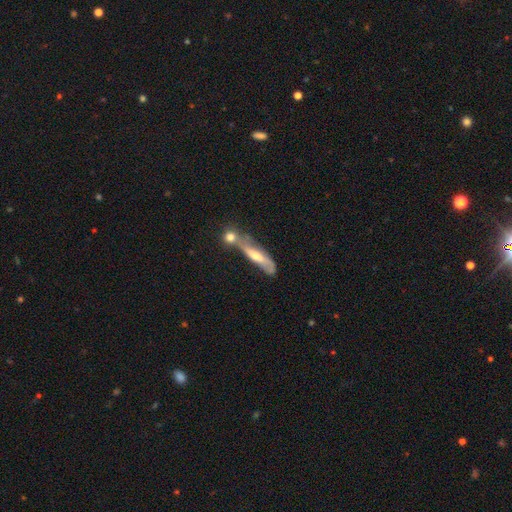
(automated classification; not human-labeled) Overall: featured or disk (59%; smooth 32%). Edge-on disk: yes (59%; no 41%). Merging: none (39%; merger 34%).